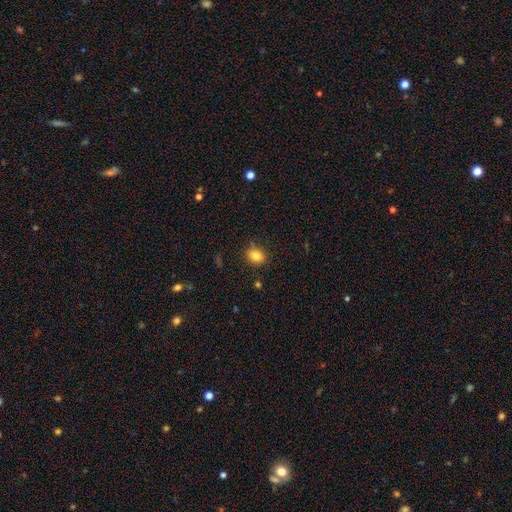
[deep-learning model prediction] A smooth galaxy with no disk features (83%) that is round (56%). Merging: none (81%).